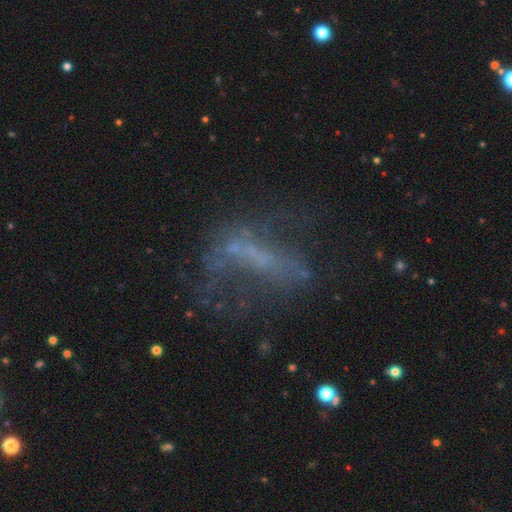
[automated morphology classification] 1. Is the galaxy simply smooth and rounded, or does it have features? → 54% featured or disk, 23% star or artifact, 22% smooth.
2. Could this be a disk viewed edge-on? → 83% no, 17% yes.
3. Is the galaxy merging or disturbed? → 42% none, 34% major disturbance, 18% minor disturbance, 6% merger.